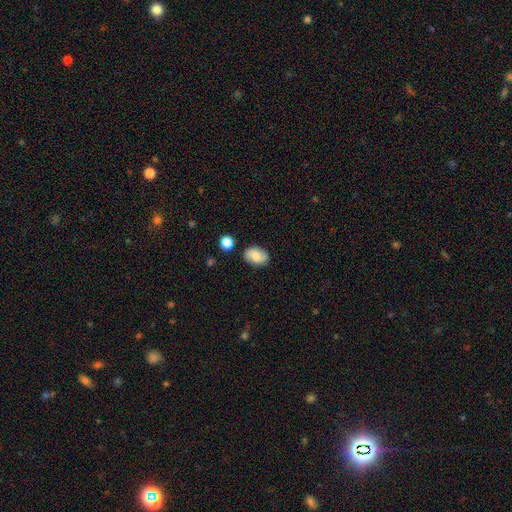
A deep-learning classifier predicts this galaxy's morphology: A smooth galaxy with no disk features (60%) that is in between round and cigar-shaped (81%).

Vote fractions:
- Smooth or featured? smooth: 60% / featured or disk: 31% / star or artifact: 9%
- How rounded? in between: 81% / round: 18% / cigar-shaped: 1%
- Merging? none: 79% / minor disturbance: 14% / major disturbance: 3% / merger: 3%